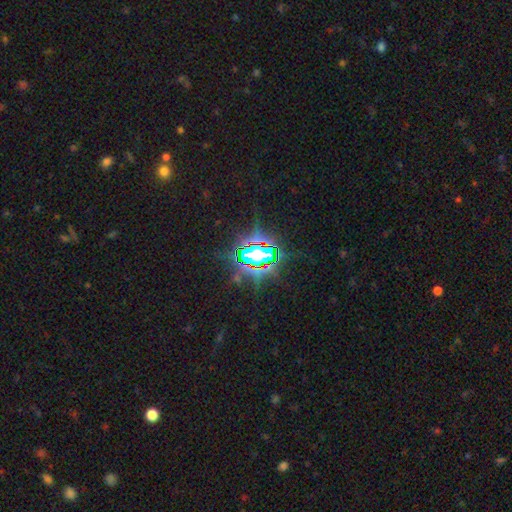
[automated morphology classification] type=star or artifact (79%).